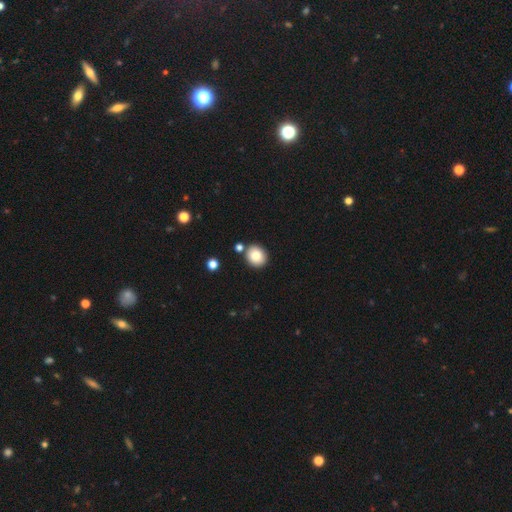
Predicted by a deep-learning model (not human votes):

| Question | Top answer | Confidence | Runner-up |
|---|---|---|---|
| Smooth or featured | smooth | 83% | star or artifact (9%) |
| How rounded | round | 79% | in between (20%) |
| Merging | none | 81% | minor disturbance (8%) |